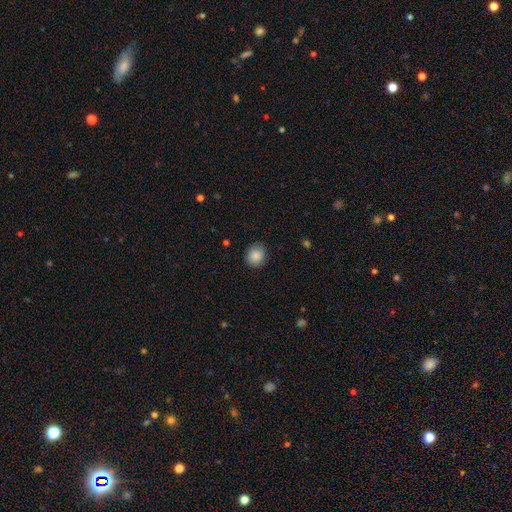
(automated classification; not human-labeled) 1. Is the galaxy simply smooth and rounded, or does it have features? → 87% smooth, 8% star or artifact, 5% featured or disk.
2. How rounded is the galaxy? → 72% round, 27% in between, 1% cigar-shaped.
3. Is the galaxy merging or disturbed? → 84% none, 12% minor disturbance, 3% major disturbance, 1% merger.